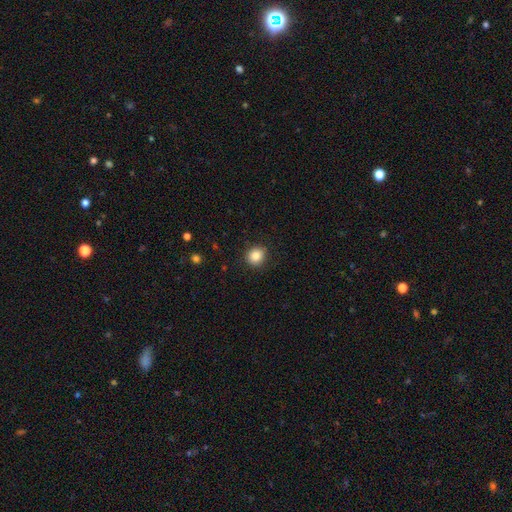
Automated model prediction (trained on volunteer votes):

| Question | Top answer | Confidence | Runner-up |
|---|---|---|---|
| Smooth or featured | smooth | 85% | star or artifact (10%) |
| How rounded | round | 85% | in between (14%) |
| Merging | none | 89% | minor disturbance (8%) |